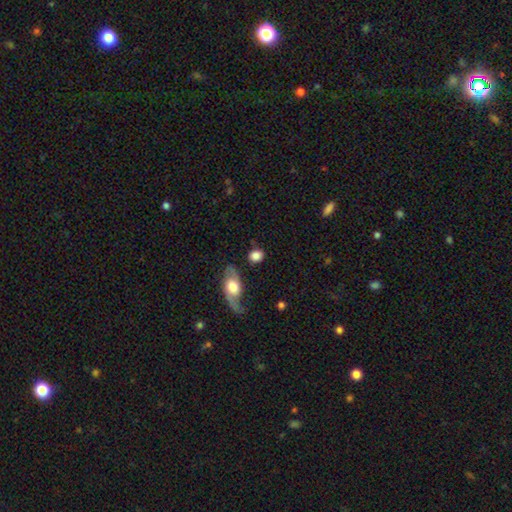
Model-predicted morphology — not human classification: A smooth galaxy with no disk features (79%) that is round (57%).

Vote fractions:
- Smooth or featured? smooth: 79% / featured or disk: 13% / star or artifact: 8%
- How rounded? round: 57% / in between: 41% / cigar-shaped: 2%
- Merging? none: 74% / minor disturbance: 14% / merger: 6% / major disturbance: 6%